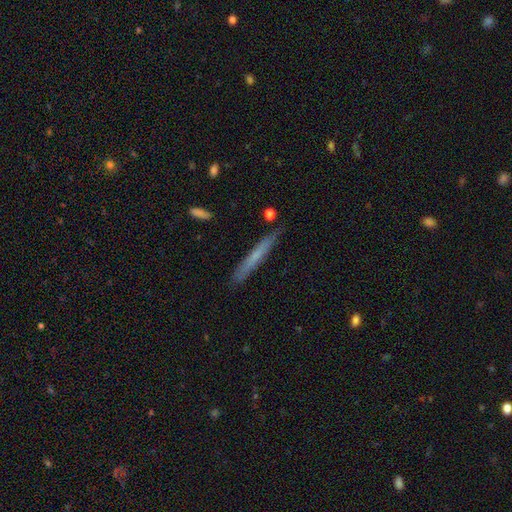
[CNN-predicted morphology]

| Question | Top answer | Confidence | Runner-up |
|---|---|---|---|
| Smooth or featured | smooth | 52% | featured or disk (41%) |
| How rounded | cigar-shaped | 96% | in between (3%) |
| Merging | none | 87% | minor disturbance (10%) |